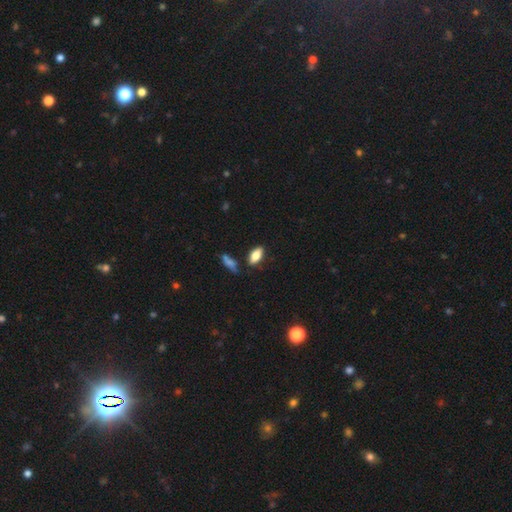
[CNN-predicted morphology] Q: Smooth or featured?
A: smooth (79%); runner-up: featured or disk (13%)
Q: How rounded?
A: in between (88%); runner-up: cigar-shaped (9%)
Q: Merging?
A: none (78%); runner-up: minor disturbance (13%)